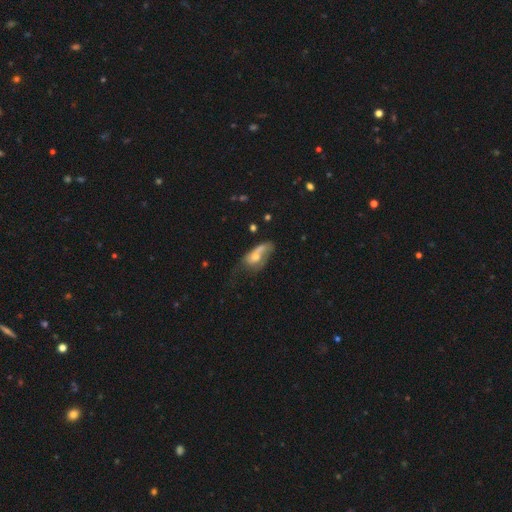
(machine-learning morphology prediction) This is possibly a smooth galaxy (48%). Merging: marginally major disturbance (37%).